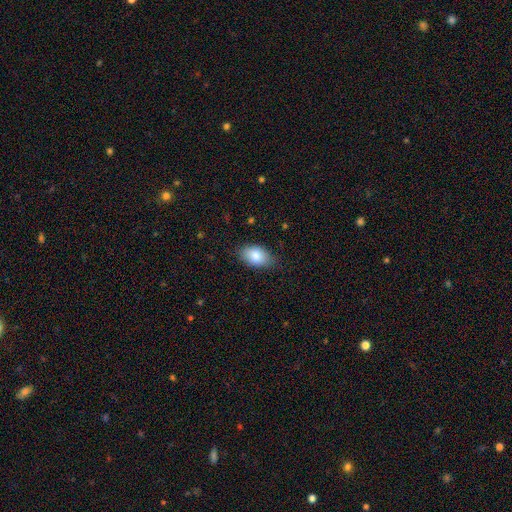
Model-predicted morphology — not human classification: This is clearly a smooth galaxy (85%). How rounded: clearly in between (90%). Merging: likely none (78%).